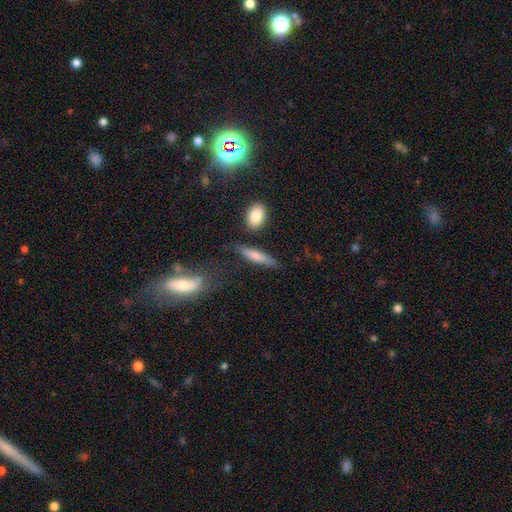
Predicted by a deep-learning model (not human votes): This appears to be a smooth galaxy with no disk features (70%) that is cigar-shaped (77%). Merging: none (77%).